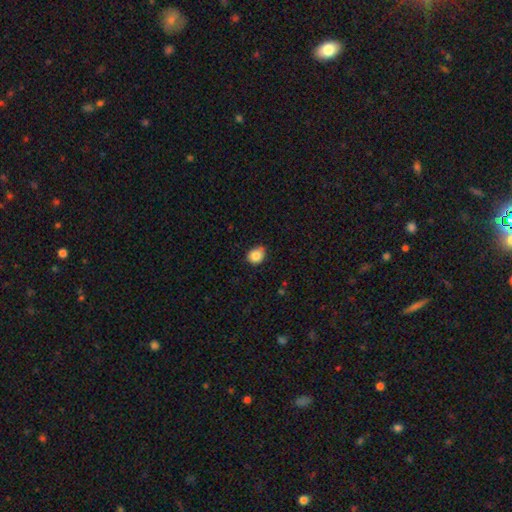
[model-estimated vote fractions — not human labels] This appears to be a smooth galaxy with no disk features (84%) that is round (59%). Merging: none (68%).